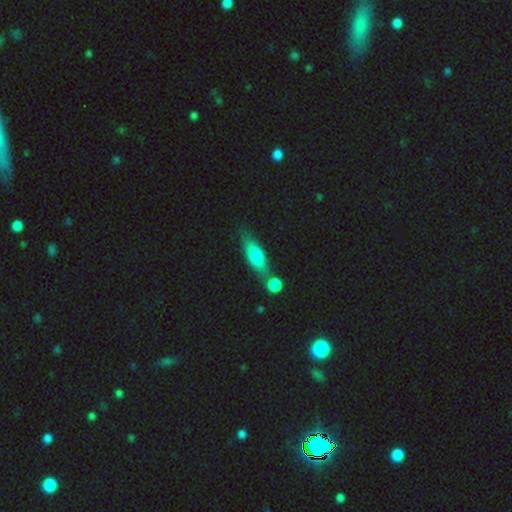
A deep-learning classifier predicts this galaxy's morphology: type=smooth (68%); roundness=in between (58%); merging=none (59%).